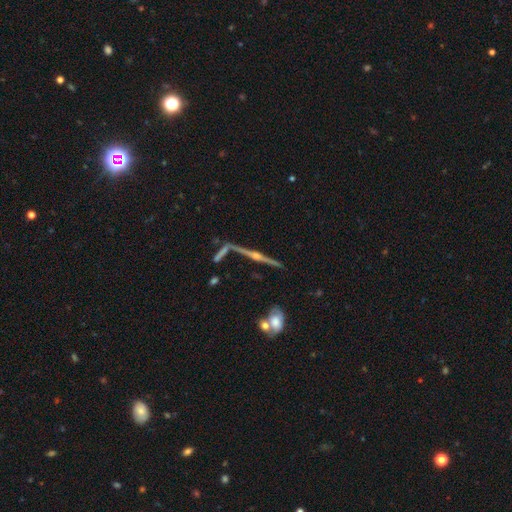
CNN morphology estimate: smooth-or-featured: featured or disk: 82% | star or artifact: 9% | smooth: 9%
  disk-edge-on: yes: 96% | no: 4%
    edge-on-bulge: rounded: 87% | none: 8% | boxy: 5%
  merging: none: 68% | minor disturbance: 14% | merger: 12% | major disturbance: 6%